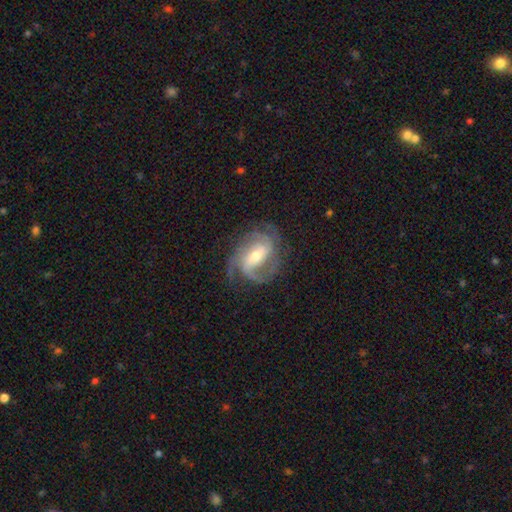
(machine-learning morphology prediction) A featured or disk galaxy (88%) with a weak bar (43%), 3 (42%) medium (46%) spiral arms (97%) and a moderate central bulge (52%).

Vote fractions:
- Smooth or featured? featured or disk: 88% / smooth: 6% / star or artifact: 5%
- Edge-on disk? no: 97% / yes: 3%
- Bar? weak: 43% / strong: 33% / no: 24%
- Spiral arms? yes: 97% / no: 3%
- Spiral winding? medium: 46% / tight: 41% / loose: 13%
- Spiral arm count? 3: 42% / 2: 25% / can't tell: 13% / 4: 11% / 1: 5% / more than 4: 4%
- Bulge size? moderate: 52% / small: 41% / large: 4% / none: 1% / dominant: 1%
- Merging? none: 71% / minor disturbance: 18% / major disturbance: 10% / merger: 1%